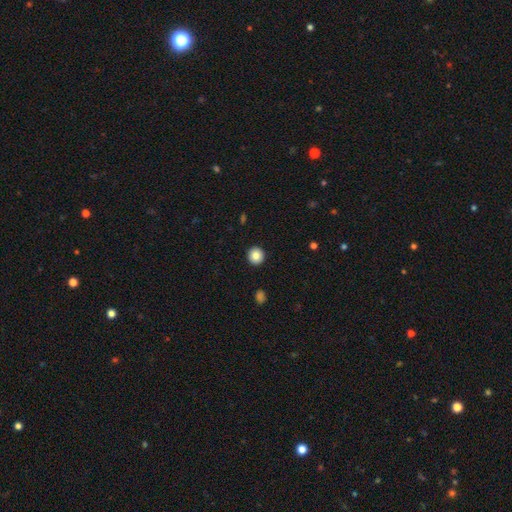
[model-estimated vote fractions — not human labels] Q: Smooth or featured?
A: smooth (84%); runner-up: star or artifact (9%)
Q: How rounded?
A: round (93%); runner-up: in between (6%)
Q: Merging?
A: none (93%); runner-up: minor disturbance (4%)